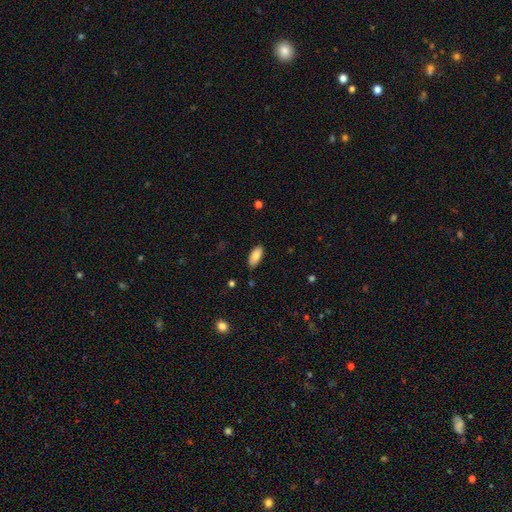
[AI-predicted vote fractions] Morphology: type=smooth (83%); roundness=in between (89%); merging=none (84%).